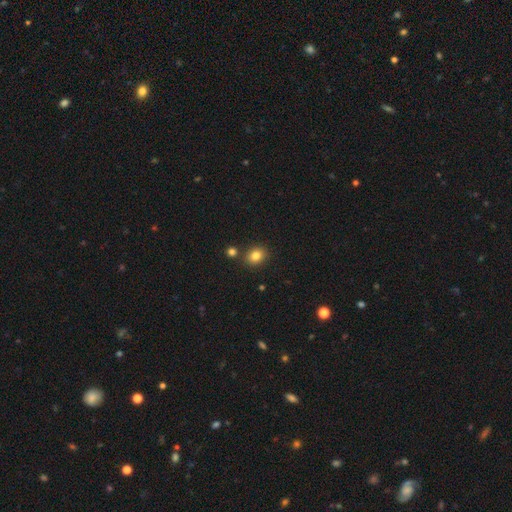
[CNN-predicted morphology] type=smooth (82%); roundness=round (59%); merging=none (81%).